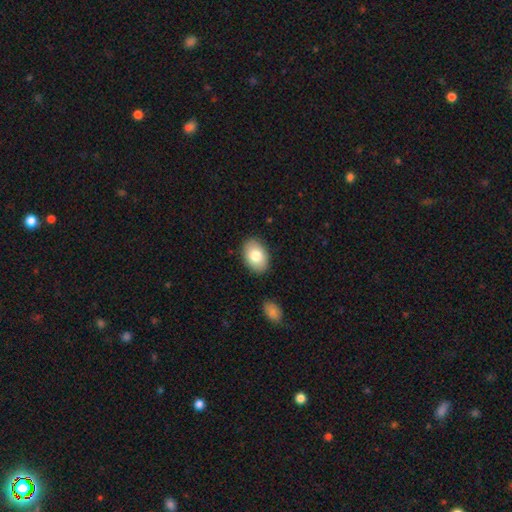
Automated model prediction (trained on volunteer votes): Smooth or featured? Predicted: smooth (p=0.80). How rounded? Predicted: in between (p=0.86). Merging? Predicted: none (p=0.87).